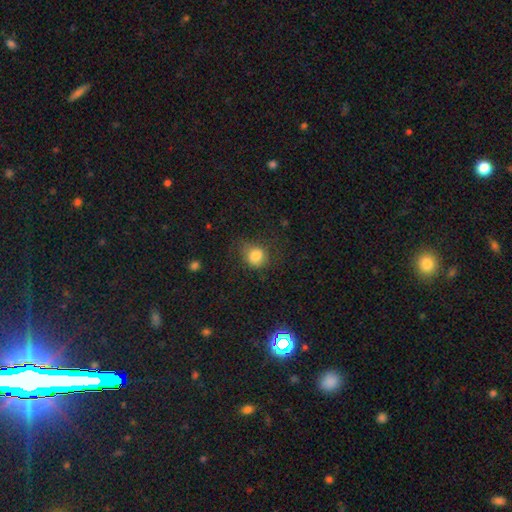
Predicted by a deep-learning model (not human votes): This appears to be a smooth galaxy with no disk features (81%) that is round (72%). Merging: none (65%).